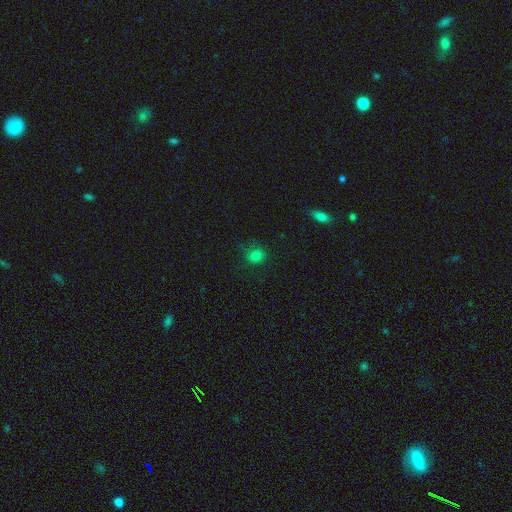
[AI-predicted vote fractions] A smooth galaxy with no disk features (80%) that is round (84%).

Vote fractions:
- Smooth or featured? smooth: 80% / star or artifact: 15% / featured or disk: 5%
- How rounded? round: 84% / in between: 15% / cigar-shaped: 1%
- Merging? none: 85% / minor disturbance: 11% / major disturbance: 3% / merger: 1%